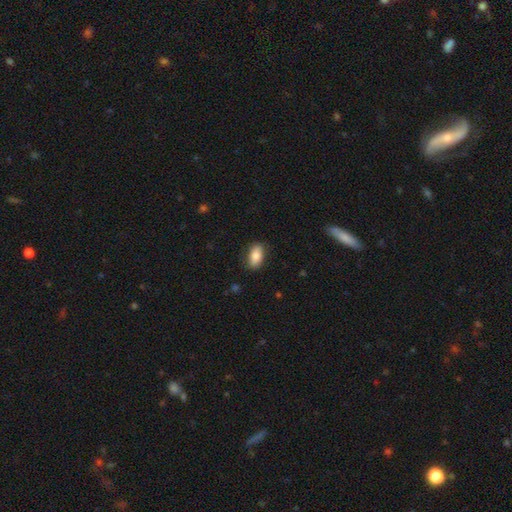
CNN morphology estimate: A smooth galaxy with no disk features (84%) that is in between round and cigar-shaped (91%). Merging: none (84%).